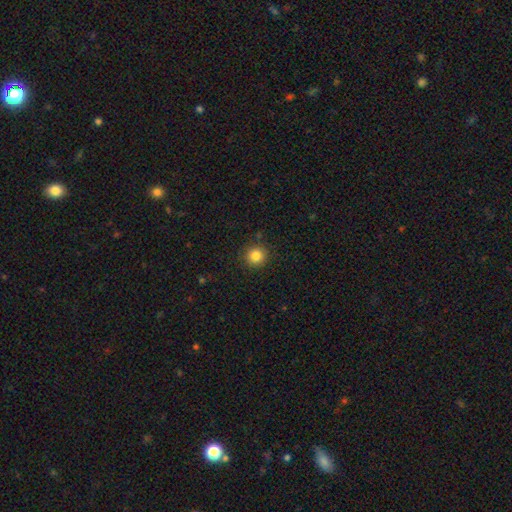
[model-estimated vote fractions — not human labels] A smooth galaxy with no disk features (84%) that is round (93%). Merging: none (90%).